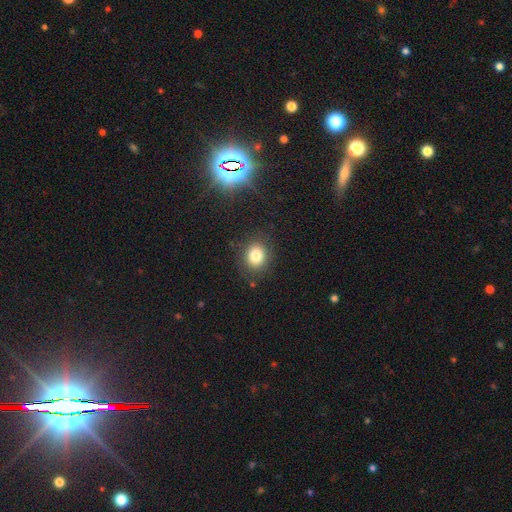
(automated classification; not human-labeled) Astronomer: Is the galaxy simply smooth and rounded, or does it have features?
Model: smooth — 79%.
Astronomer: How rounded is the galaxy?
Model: round — 70%.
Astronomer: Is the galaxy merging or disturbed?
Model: none — 83%.